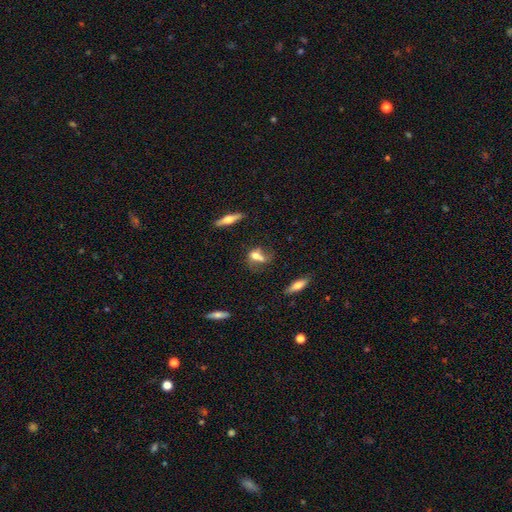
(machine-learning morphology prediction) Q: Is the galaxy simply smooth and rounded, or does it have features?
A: smooth — 62%.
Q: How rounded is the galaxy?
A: in between — 54%.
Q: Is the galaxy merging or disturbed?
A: none — 35%.